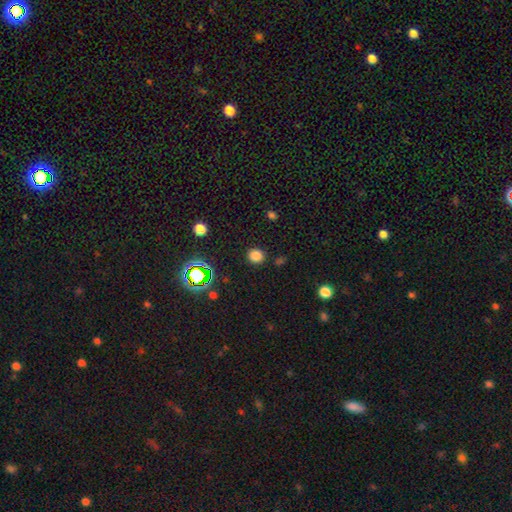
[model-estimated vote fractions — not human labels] Overall: smooth (78%). How rounded: round (86%). Merging: none (88%).